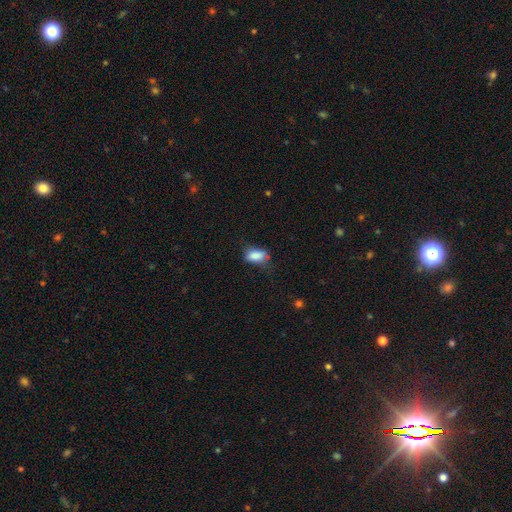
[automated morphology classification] smooth_or_featured: smooth (p=0.85) [alt: star or artifact p=0.08]
how_rounded: in between (p=0.89) [alt: round p=0.07]
merging: none (p=0.53) [alt: minor disturbance p=0.32]